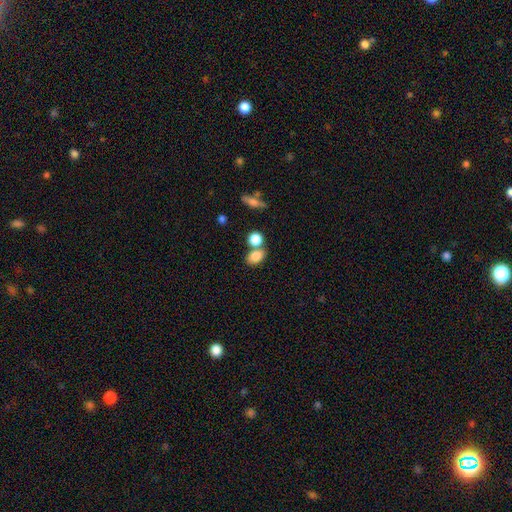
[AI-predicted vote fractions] A smooth galaxy with no disk features (82%) that is in between round and cigar-shaped (71%). Merging: none (51%).